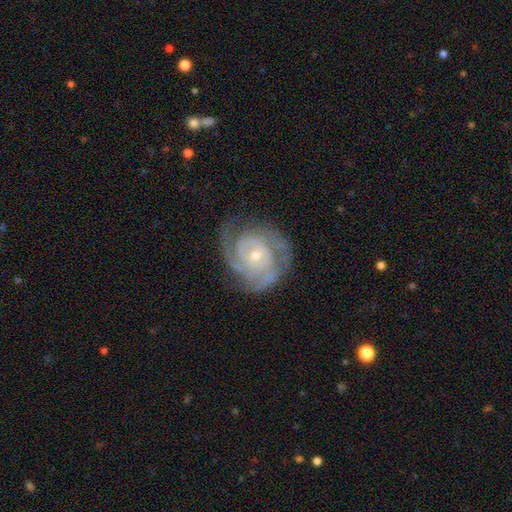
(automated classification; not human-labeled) A featured or disk galaxy (88%) with no bar (73%), 2 (35%) tight (71%) spiral arms (96%) and a small central bulge (64%).

Vote fractions:
- Smooth or featured? featured or disk: 88% / smooth: 7% / star or artifact: 5%
- Edge-on disk? no: 97% / yes: 3%
- Bar? no: 73% / weak: 21% / strong: 5%
- Spiral arms? yes: 96% / no: 4%
- Spiral winding? tight: 71% / medium: 24% / loose: 4%
- Spiral arm count? 2: 35% / 3: 26% / can't tell: 22% / 4: 7% / 1: 6% / more than 4: 5%
- Bulge size? small: 64% / moderate: 32% / large: 1% / none: 1% / dominant: 1%
- Merging? none: 69% / minor disturbance: 20% / major disturbance: 10% / merger: 1%